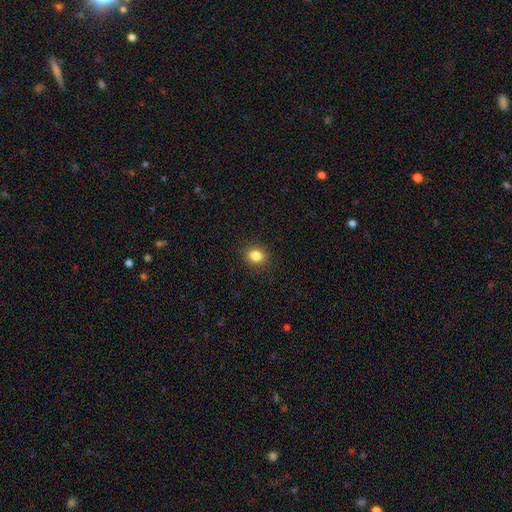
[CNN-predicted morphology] type=smooth (84%); roundness=round (62%); merging=none (89%).